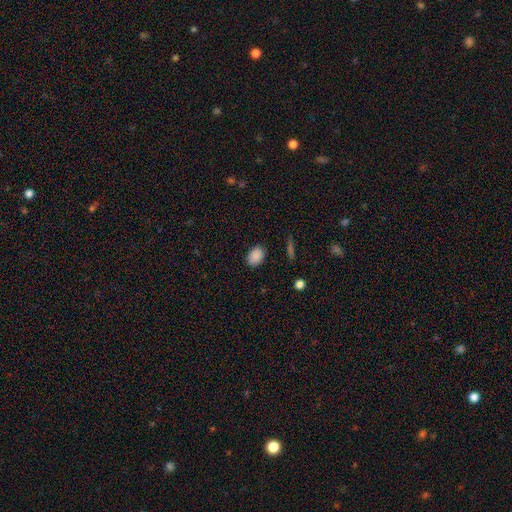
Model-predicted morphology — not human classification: Overall: smooth (88%). How rounded: in between (81%). Merging: none (87%).